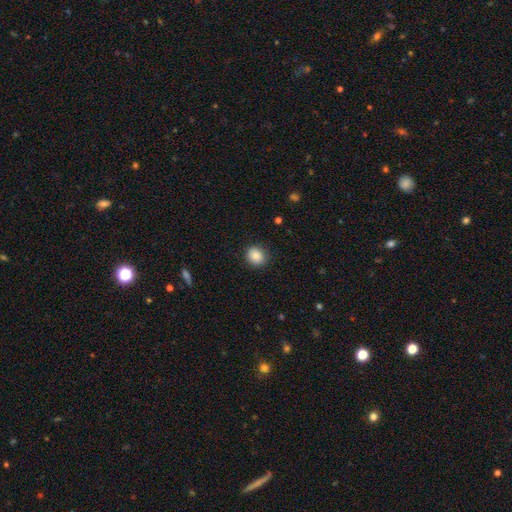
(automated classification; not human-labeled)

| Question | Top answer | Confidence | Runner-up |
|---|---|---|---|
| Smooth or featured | smooth | 86% | star or artifact (9%) |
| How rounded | round | 78% | in between (21%) |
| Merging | none | 88% | minor disturbance (9%) |